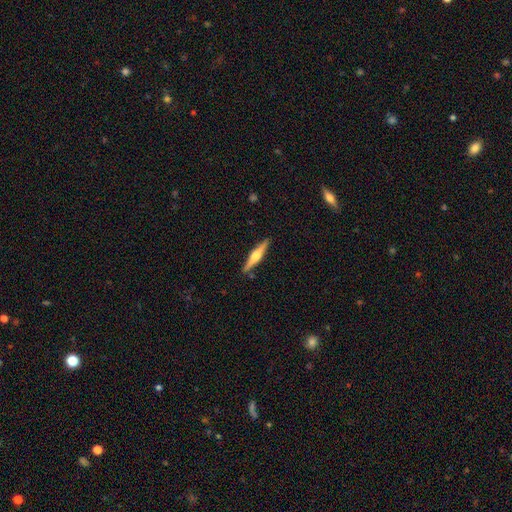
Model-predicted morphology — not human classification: The model was most divided on "smooth or featured": featured or disk: 65%, smooth: 30%, star or artifact: 5%. More confident: edge-on disk — yes (98%); edge-on bulge — rounded (91%); merging — none (89%).